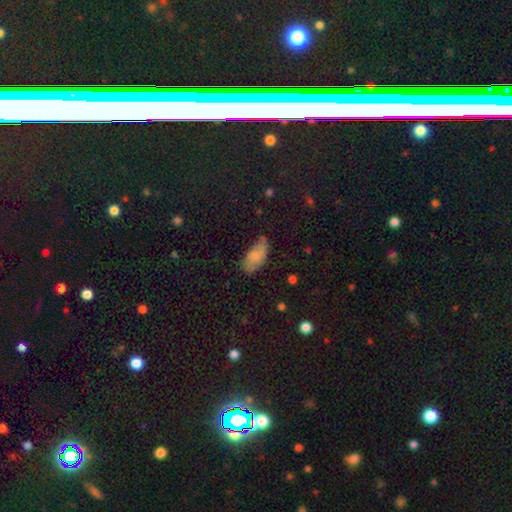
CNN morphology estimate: Overall: smooth (74%). How rounded: in between (90%). Merging: none (64%; minor disturbance 27%).